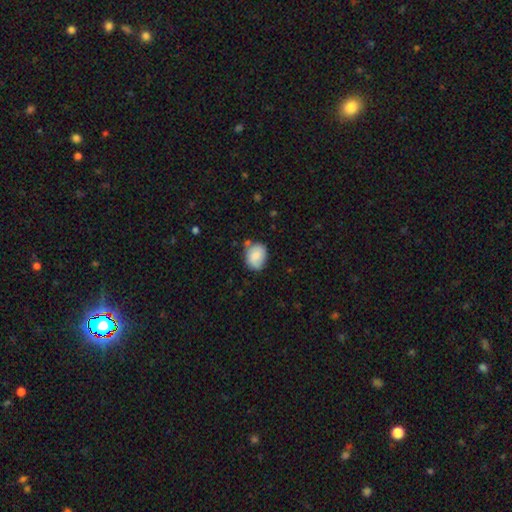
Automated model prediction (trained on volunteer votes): Morphology: type=smooth (76%); roundness=in between (57%); merging=none (66%).